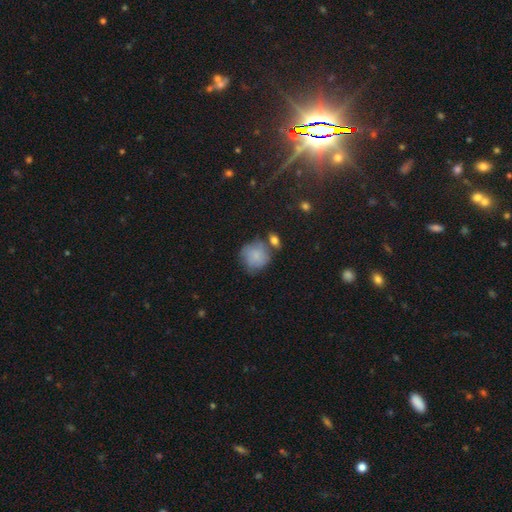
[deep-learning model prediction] Smooth or featured? Predicted: smooth (p=0.73). How rounded? Predicted: round (p=0.82). Merging? Predicted: none (p=0.52).